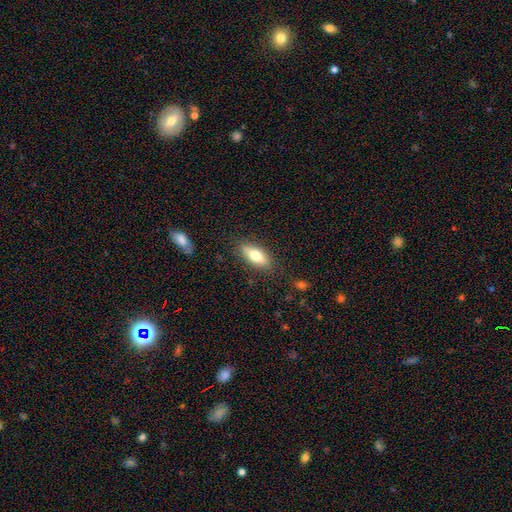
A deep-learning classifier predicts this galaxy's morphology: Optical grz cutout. It shows a smooth galaxy with no disk features (71%) that is in between round and cigar-shaped (74%). Merging: none (82%).